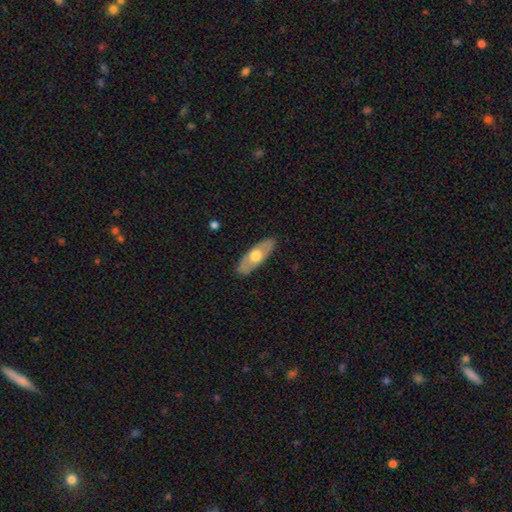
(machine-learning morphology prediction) Smooth or featured? smooth (52%)
How rounded? in between (71%)
Merging? none (86%)